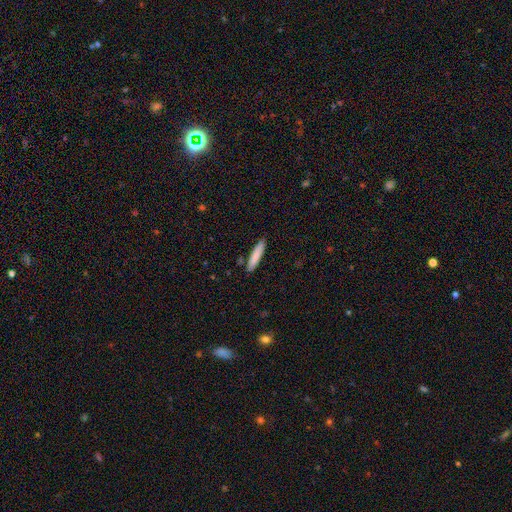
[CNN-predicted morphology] This appears to be a smooth galaxy with no disk features (83%) that is cigar-shaped (87%). Merging: none (87%).